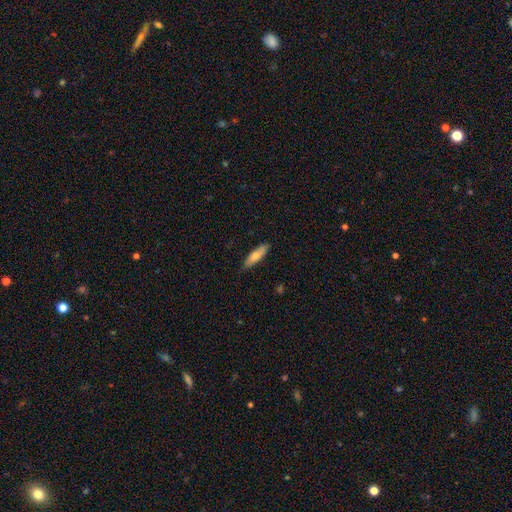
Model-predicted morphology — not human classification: Smooth or featured? smooth (71%)
How rounded? cigar-shaped (56%)
Merging? none (82%)